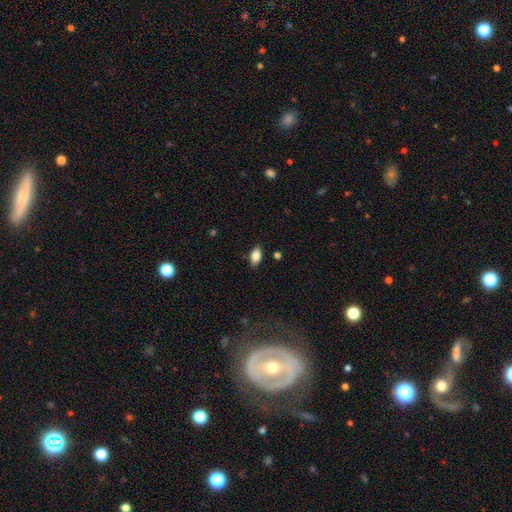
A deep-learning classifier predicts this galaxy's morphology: Smooth or featured? Predicted: smooth (p=0.81). How rounded? Predicted: in between (p=0.89). Merging? Predicted: none (p=0.85).